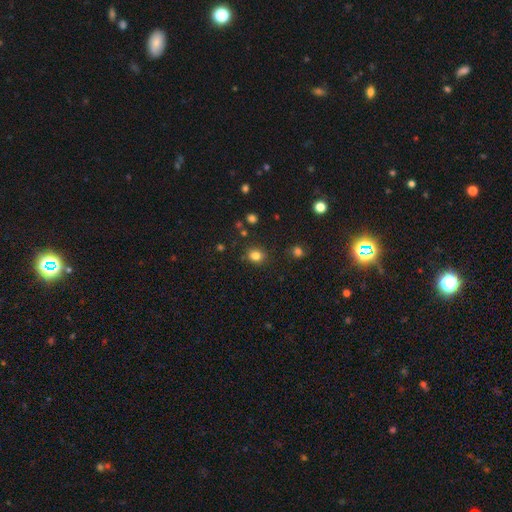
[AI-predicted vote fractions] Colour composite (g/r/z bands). It shows a smooth galaxy with no disk features (82%) that is round (67%). Merging: none (83%).